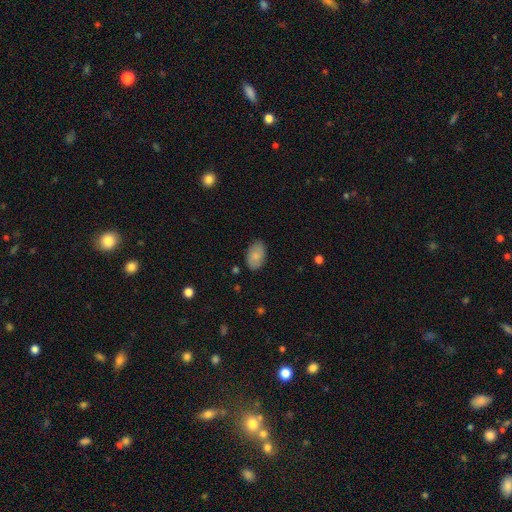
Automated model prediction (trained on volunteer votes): This appears to be a smooth galaxy with no disk features (83%) that is in between round and cigar-shaped (92%). Merging: none (85%).